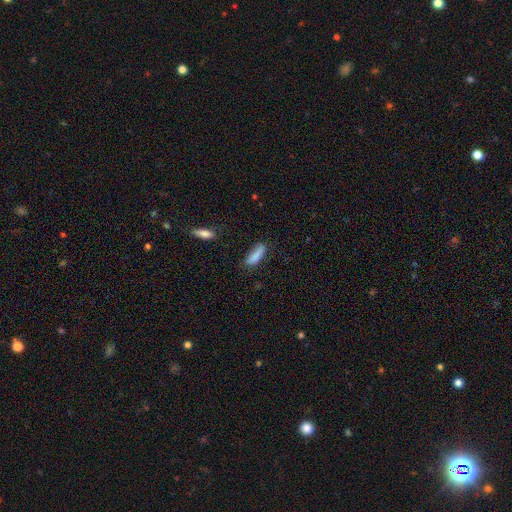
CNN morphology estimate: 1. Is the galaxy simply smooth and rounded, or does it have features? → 85% smooth, 8% star or artifact, 7% featured or disk.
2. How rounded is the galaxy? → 52% cigar-shaped, 46% in between, 2% round.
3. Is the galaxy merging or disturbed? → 61% none, 27% minor disturbance, 8% major disturbance, 4% merger.